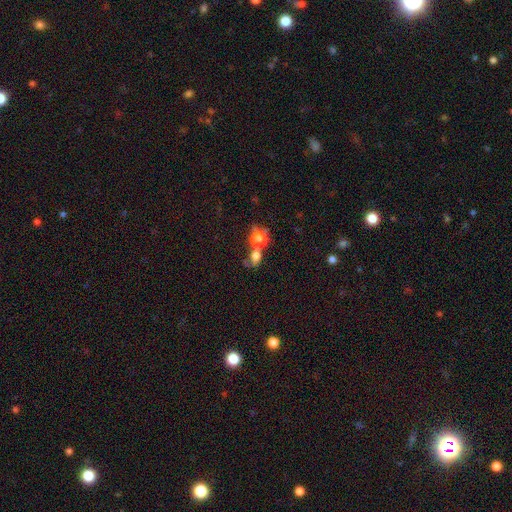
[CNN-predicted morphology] This appears to be a smooth galaxy with no disk features (67%) that is round (61%). Merging: merger (54%).